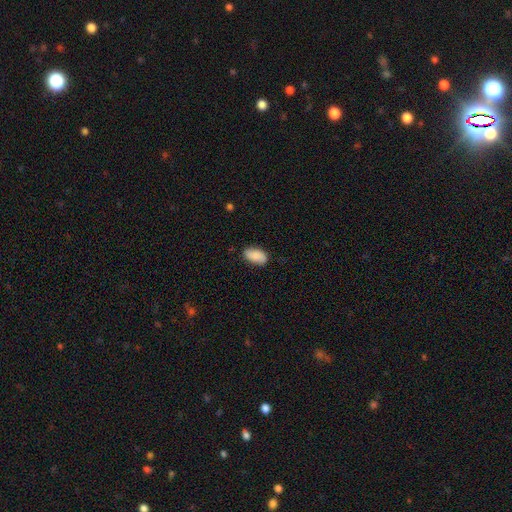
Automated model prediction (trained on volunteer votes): Smooth or featured? Predicted: smooth (p=0.83). How rounded? Predicted: in between (p=0.93). Merging? Predicted: none (p=0.81).